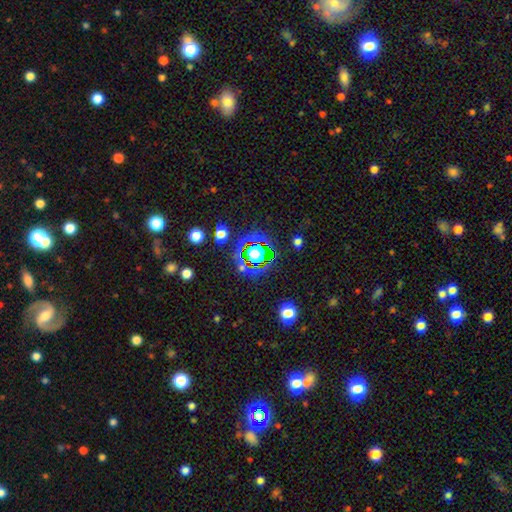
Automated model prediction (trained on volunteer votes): Morphology: type=star or artifact (76%).